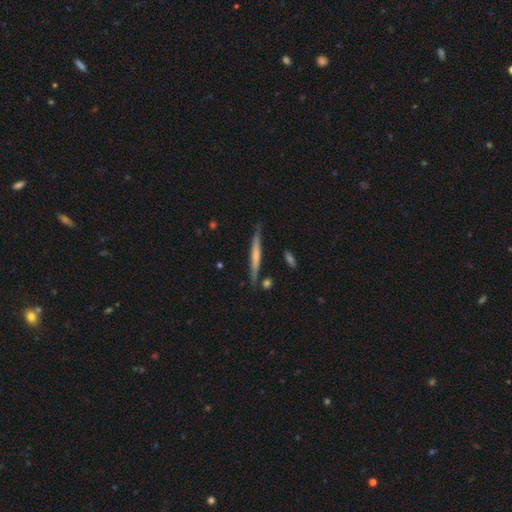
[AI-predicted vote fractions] Overall: featured or disk (48%; smooth 46%). Merging: none (83%).